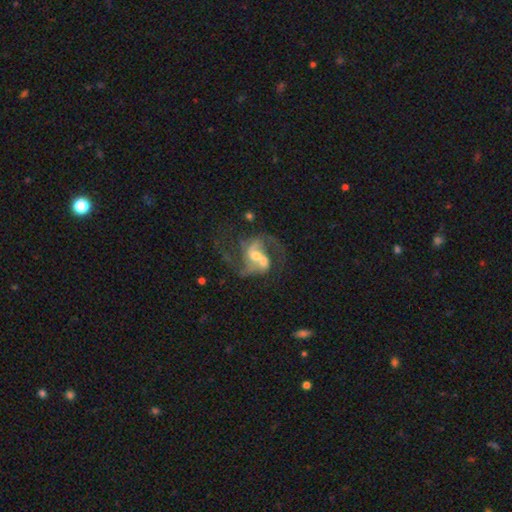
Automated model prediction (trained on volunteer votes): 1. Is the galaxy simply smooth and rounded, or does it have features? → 82% featured or disk, 11% smooth, 7% star or artifact.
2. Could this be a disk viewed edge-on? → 97% no, 3% yes.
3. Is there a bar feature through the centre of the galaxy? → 47% no, 39% weak, 14% strong.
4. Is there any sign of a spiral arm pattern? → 91% yes, 9% no.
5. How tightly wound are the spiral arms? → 50% loose, 41% medium, 9% tight.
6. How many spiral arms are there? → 79% 2, 7% can't tell, 6% 1, 5% 3, 2% 4, 2% more than 4.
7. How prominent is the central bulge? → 60% moderate, 24% small, 10% large, 4% none, 2% dominant.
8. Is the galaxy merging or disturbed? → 45% merger, 28% none, 16% major disturbance, 10% minor disturbance.